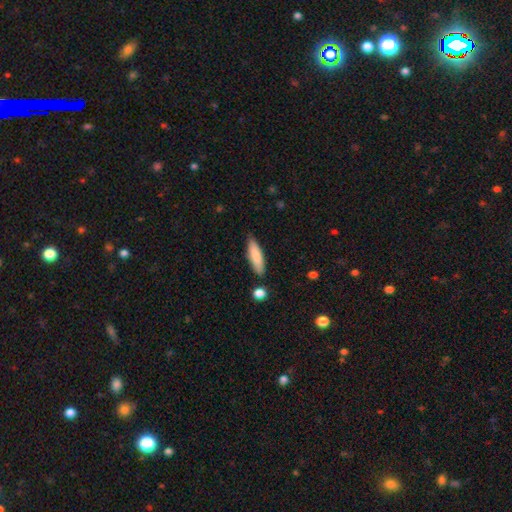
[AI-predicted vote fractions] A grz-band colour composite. It shows a smooth galaxy with no disk features (83%) that is cigar-shaped (60%). Merging: none (82%).